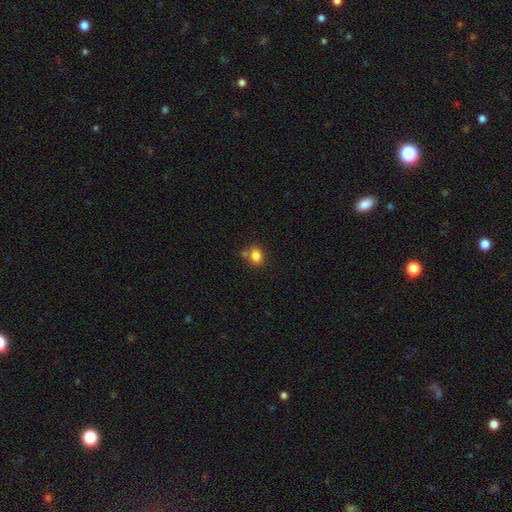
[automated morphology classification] smooth 83%, star or artifact 11%, featured or disk 7%. Down the decision tree: how rounded — round (64%); merging — none (66%).